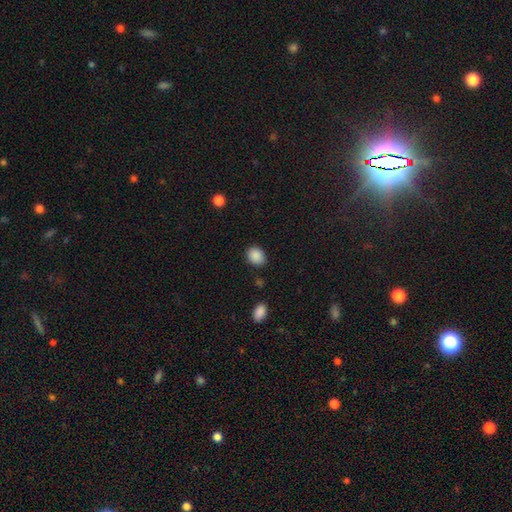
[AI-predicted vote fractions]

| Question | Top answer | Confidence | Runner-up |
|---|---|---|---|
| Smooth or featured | smooth | 89% | star or artifact (8%) |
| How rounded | in between | 54% | round (45%) |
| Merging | none | 84% | minor disturbance (11%) |